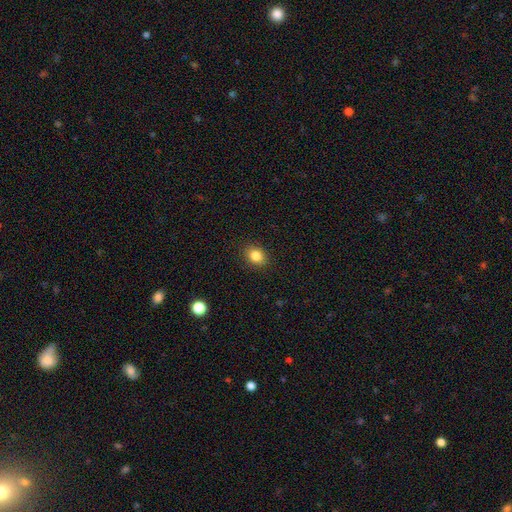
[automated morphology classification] Smooth or featured? Predicted: smooth (p=0.84). How rounded? Predicted: round (p=0.56). Merging? Predicted: none (p=0.89).